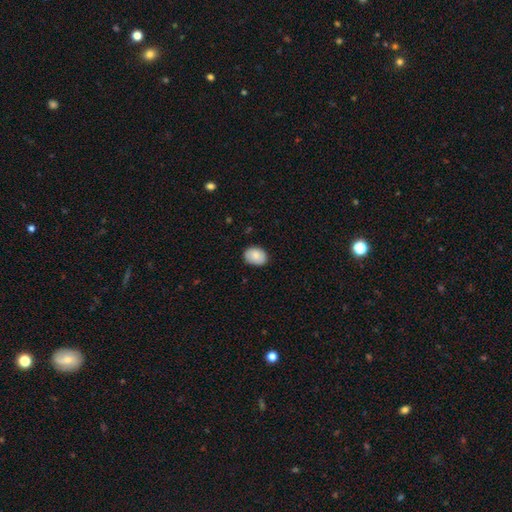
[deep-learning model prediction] Smooth or featured: smooth — 84% (featured or disk — 9%)
How rounded: in between — 66% (round — 34%)
Merging: none — 84% (minor disturbance — 13%)